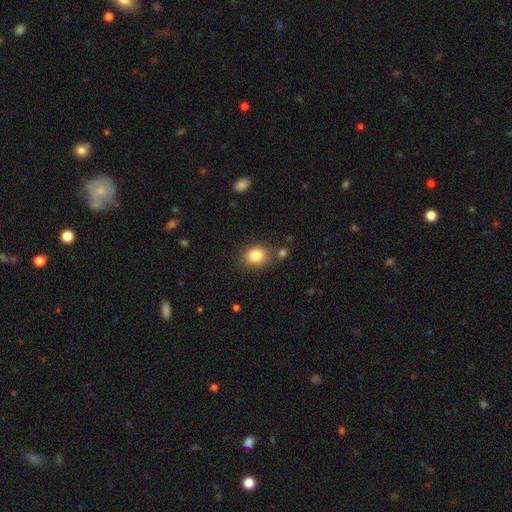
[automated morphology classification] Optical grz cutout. It shows a smooth galaxy with no disk features (84%) that is in between round and cigar-shaped (50%). Merging: none (75%).